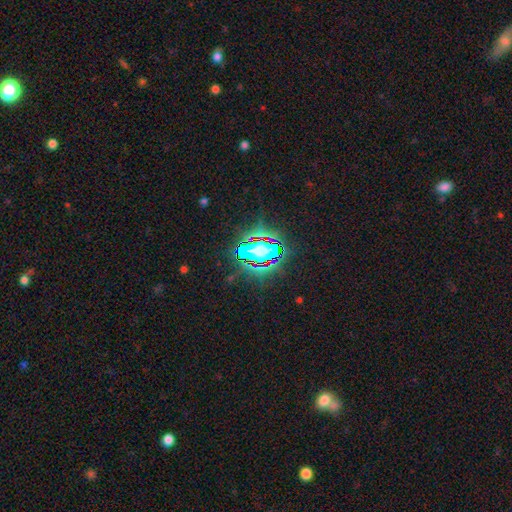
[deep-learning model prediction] Q: Smooth or featured?
A: star or artifact (70%); runner-up: smooth (16%)